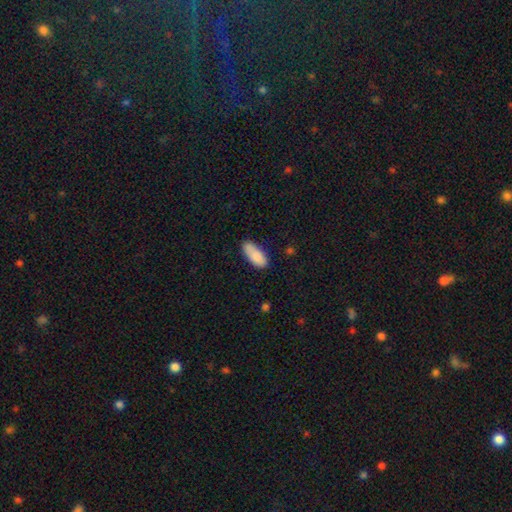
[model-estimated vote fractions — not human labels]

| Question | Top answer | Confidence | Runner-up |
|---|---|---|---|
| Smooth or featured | smooth | 86% | featured or disk (7%) |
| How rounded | in between | 81% | cigar-shaped (17%) |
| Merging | none | 70% | minor disturbance (23%) |